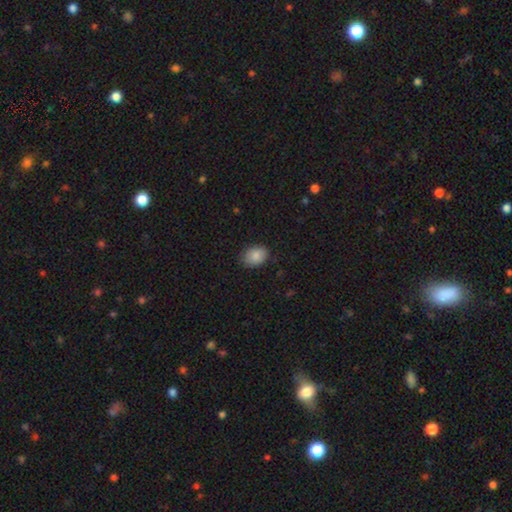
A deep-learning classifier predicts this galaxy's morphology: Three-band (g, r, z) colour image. It shows a smooth galaxy with no disk features (88%) that is in between round and cigar-shaped (69%). Merging: none (82%).